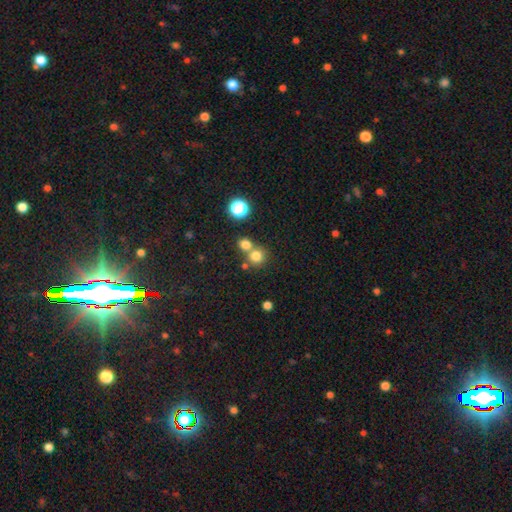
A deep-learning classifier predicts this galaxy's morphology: A smooth galaxy with no disk features (76%) that is round (89%).

Vote fractions:
- Smooth or featured? smooth: 76% / star or artifact: 16% / featured or disk: 8%
- How rounded? round: 89% / in between: 10% / cigar-shaped: 1%
- Merging? none: 54% / merger: 36% / minor disturbance: 7% / major disturbance: 3%